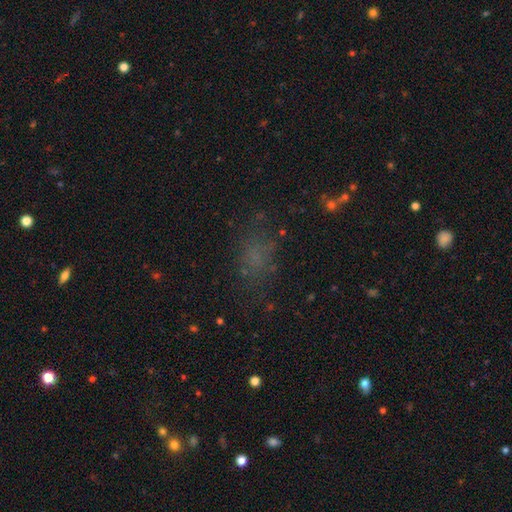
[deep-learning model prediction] smooth 58%, star or artifact 27%, featured or disk 15%. Down the decision tree: how rounded — in between (71%); merging — none (63%).